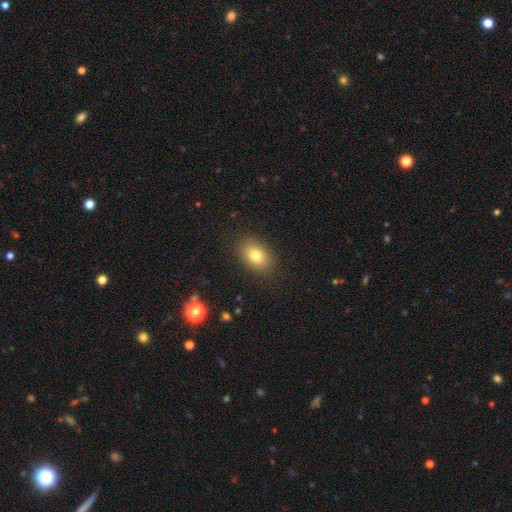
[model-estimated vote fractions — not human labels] The model was most divided on "how rounded": in between: 80%, round: 19%, cigar-shaped: 1%. More confident: merging — none (87%); smooth or featured — smooth (80%).